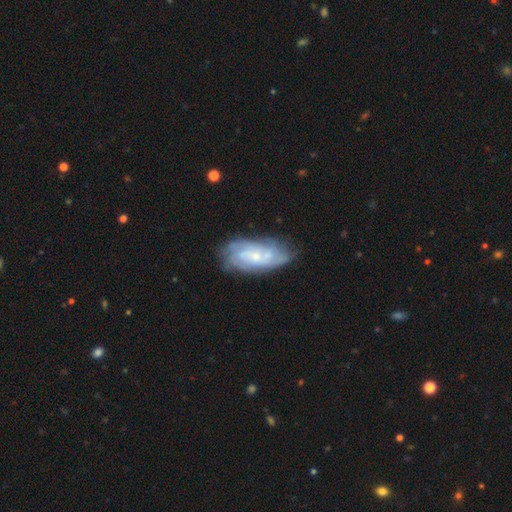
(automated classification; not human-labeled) Q: Smooth or featured?
A: featured or disk (73%); runner-up: smooth (21%)
Q: Edge-on disk?
A: no (93%); runner-up: yes (7%)
Q: Bar?
A: no (71%); runner-up: weak (24%)
Q: Spiral arms?
A: yes (87%); runner-up: no (13%)
Q: Spiral winding?
A: tight (62%); runner-up: medium (29%)
Q: Spiral arm count?
A: can't tell (50%); runner-up: 4 (14%)
Q: Bulge size?
A: small (74%); runner-up: moderate (20%)
Q: Merging?
A: none (71%); runner-up: minor disturbance (19%)